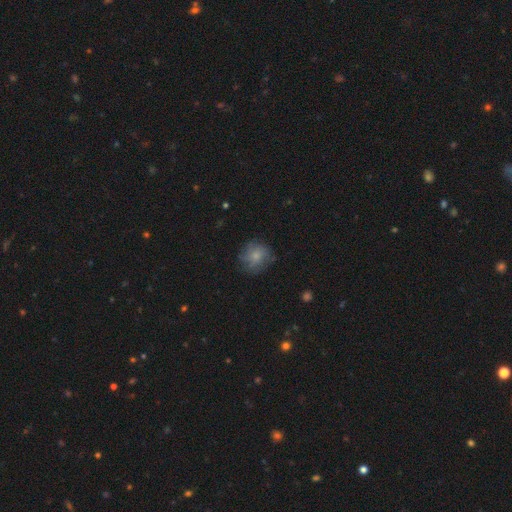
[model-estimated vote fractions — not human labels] Smooth or featured? smooth (67%)
How rounded? round (84%)
Merging? none (70%)